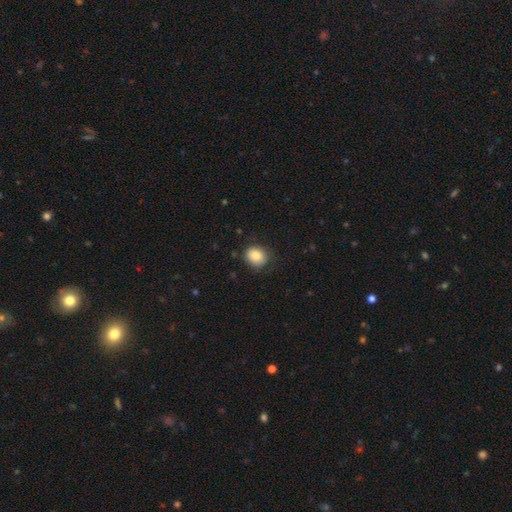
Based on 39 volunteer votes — Q: Smooth or featured?
A: smooth (85%); runner-up: featured or disk (10%)
Q: How rounded?
A: round (61%); runner-up: in between (39%)
Q: Merging?
A: none (78%); runner-up: minor disturbance (19%)